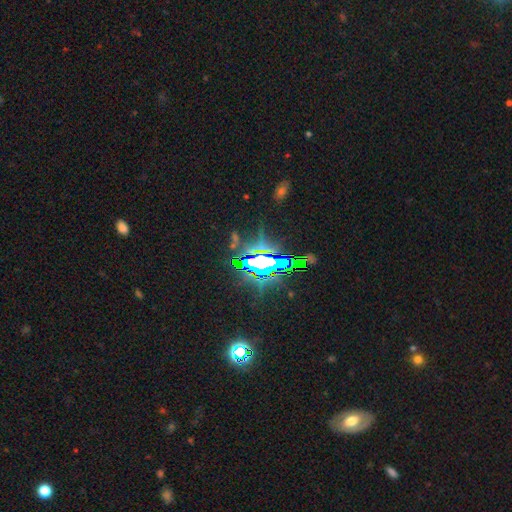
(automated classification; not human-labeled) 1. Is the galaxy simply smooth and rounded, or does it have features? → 80% star or artifact, 11% featured or disk, 9% smooth.